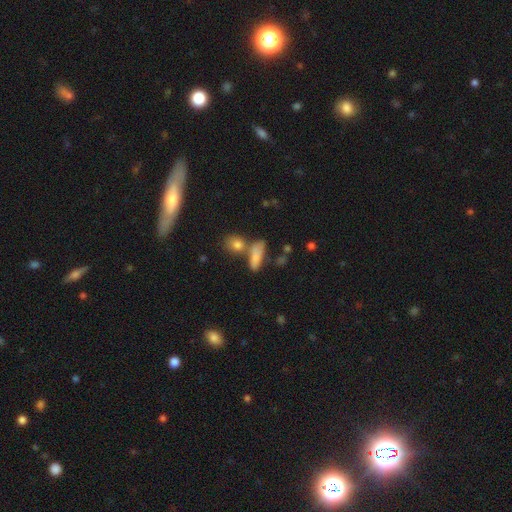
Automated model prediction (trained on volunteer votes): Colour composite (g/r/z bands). It shows a smooth galaxy with no disk features (77%) that is in between round and cigar-shaped (56%). Merging: none (49%).